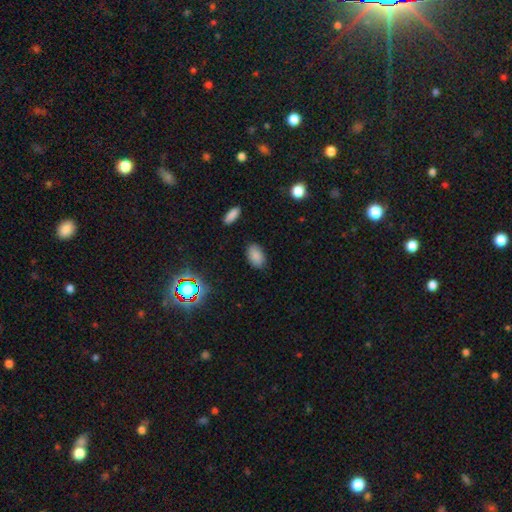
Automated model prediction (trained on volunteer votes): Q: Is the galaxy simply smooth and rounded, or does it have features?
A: smooth — 83%.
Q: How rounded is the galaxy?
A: in between — 89%.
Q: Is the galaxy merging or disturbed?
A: none — 85%.